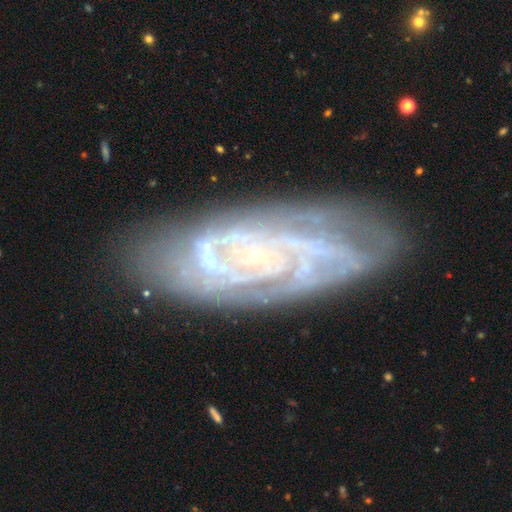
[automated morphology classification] This appears to be a featured or disk galaxy (87%) with no bar (67%), tight (72%) spiral arms (97%) and a small central bulge (85%). Merging: none (78%).